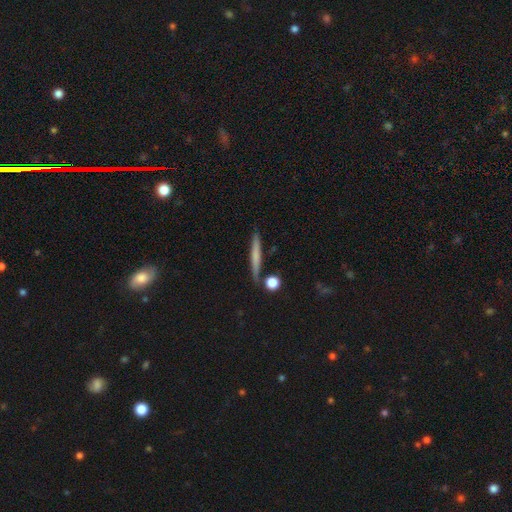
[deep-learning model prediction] Smooth or featured? smooth (59%)
How rounded? cigar-shaped (93%)
Merging? none (84%)